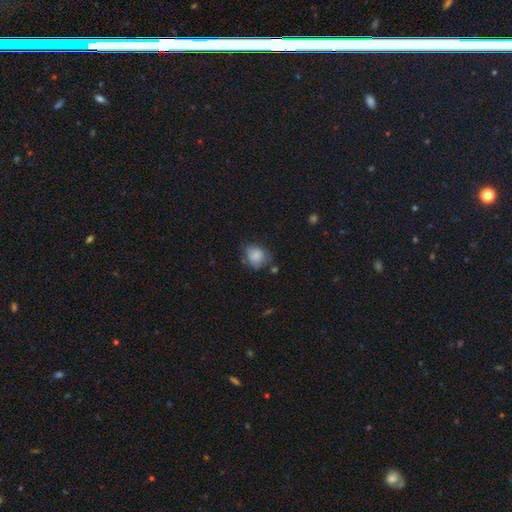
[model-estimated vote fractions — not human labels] This is clearly a smooth galaxy (81%). How rounded: likely round (64%). Merging: possibly none (57%).